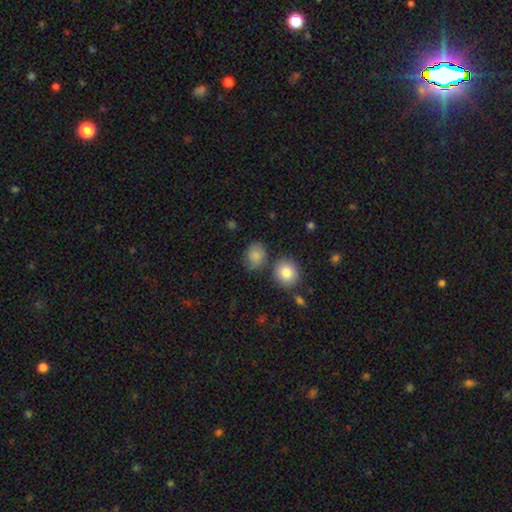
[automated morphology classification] Overall: smooth (83%). How rounded: round (51%; in between 48%). Merging: none (65%).